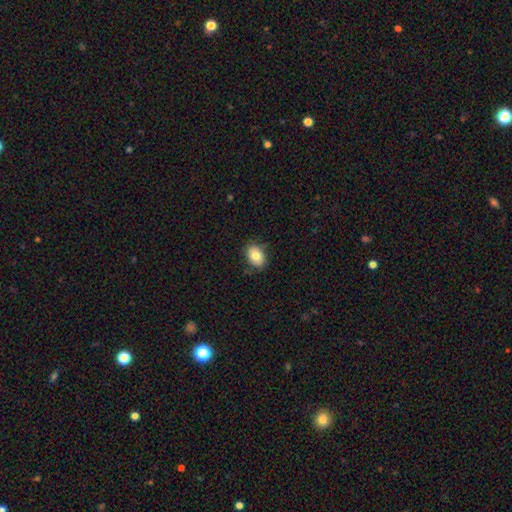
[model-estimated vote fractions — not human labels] smooth_or_featured: smooth (p=0.79) [alt: featured or disk p=0.13]
how_rounded: in between (p=0.76) [alt: round p=0.23]
merging: none (p=0.81) [alt: minor disturbance p=0.15]